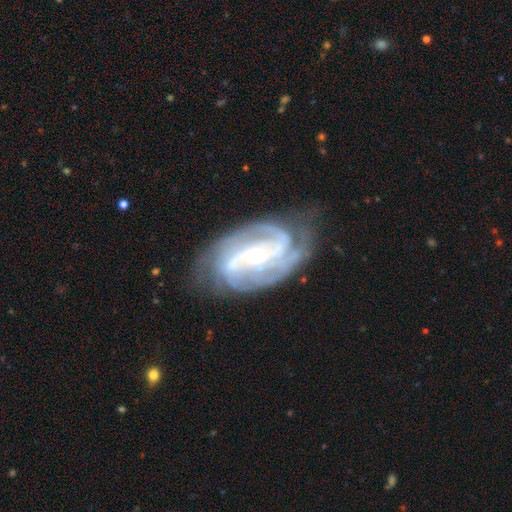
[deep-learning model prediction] Overall: featured or disk (91%). Edge-on disk: no (96%). Bar: strong (47%; weak 38%). Spiral arms: yes (98%). Spiral arm count: 2 (37%; 3 33%). Spiral winding: tight (53%; medium 38%). Bulge size: moderate (65%; small 27%). Merging: none (71%).